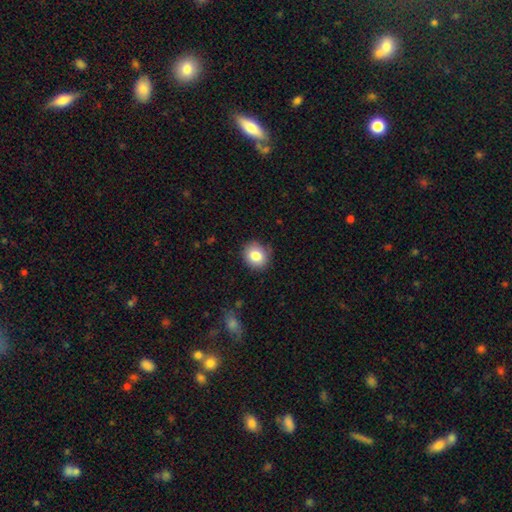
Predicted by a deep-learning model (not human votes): The model was most divided on "how rounded": round: 75%, in between: 24%, cigar-shaped: 1%. More confident: merging — none (83%); smooth or featured — smooth (83%).